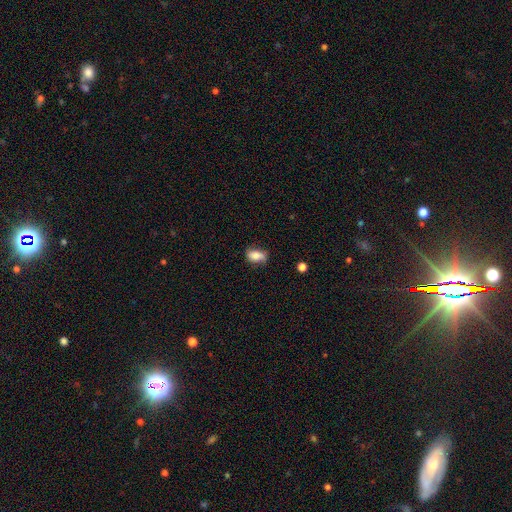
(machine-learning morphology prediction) Smooth or featured? Predicted: smooth (p=0.74). How rounded? Predicted: in between (p=0.84). Merging? Predicted: none (p=0.65).